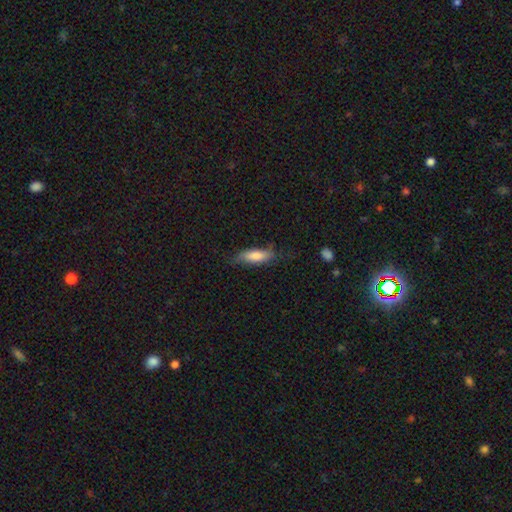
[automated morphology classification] A smooth galaxy with no disk features (73%) that is in between round and cigar-shaped (57%). Merging: none (63%).